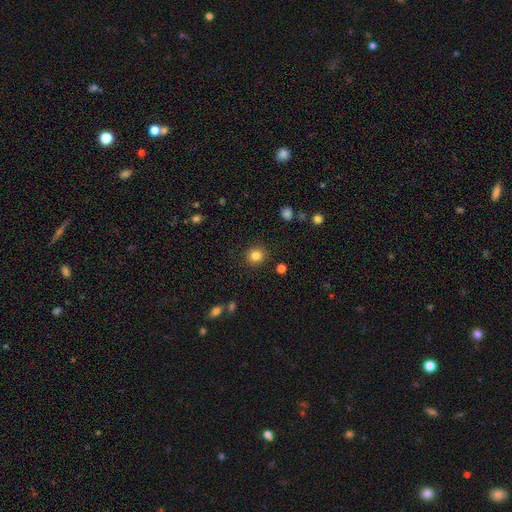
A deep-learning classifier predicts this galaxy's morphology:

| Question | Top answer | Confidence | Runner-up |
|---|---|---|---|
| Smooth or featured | smooth | 83% | star or artifact (11%) |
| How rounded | round | 89% | in between (10%) |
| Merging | none | 90% | minor disturbance (7%) |